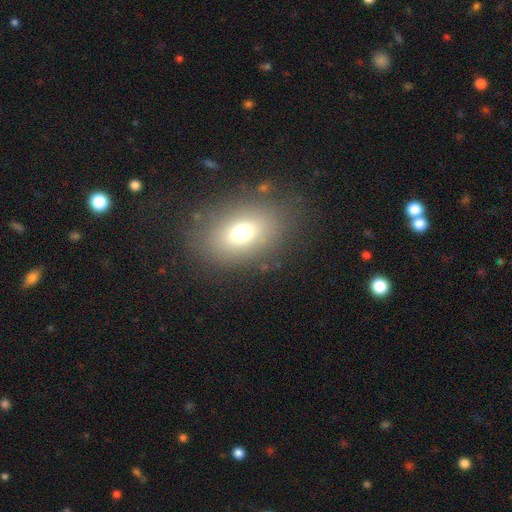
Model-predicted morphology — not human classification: Q: Smooth or featured?
A: smooth (69%); runner-up: featured or disk (16%)
Q: How rounded?
A: in between (78%); runner-up: round (20%)
Q: Merging?
A: none (83%); runner-up: minor disturbance (11%)